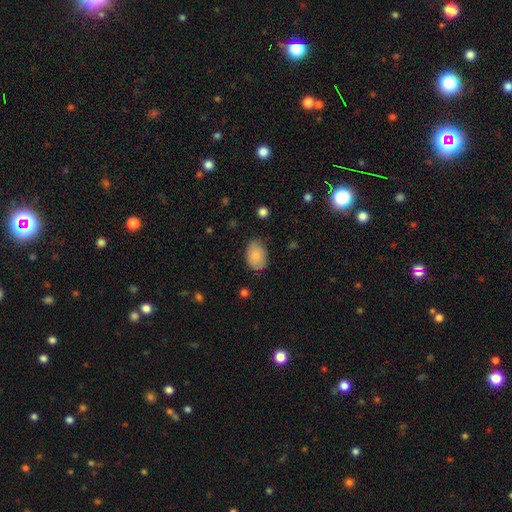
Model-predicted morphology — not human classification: type=smooth (84%); roundness=in between (85%); merging=none (76%).